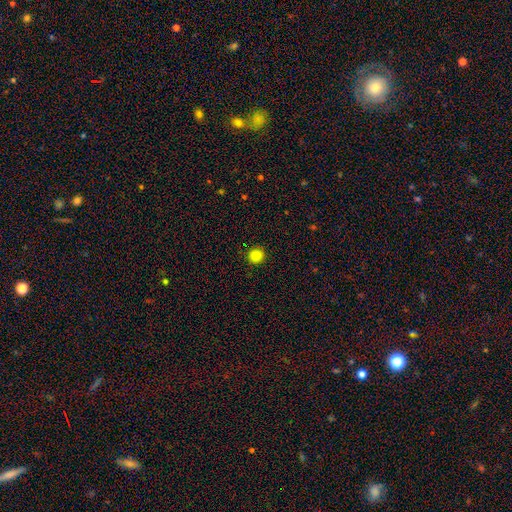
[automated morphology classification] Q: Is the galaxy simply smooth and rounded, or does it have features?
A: smooth — 85%.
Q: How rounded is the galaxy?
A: round — 93%.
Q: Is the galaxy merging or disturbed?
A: none — 91%.